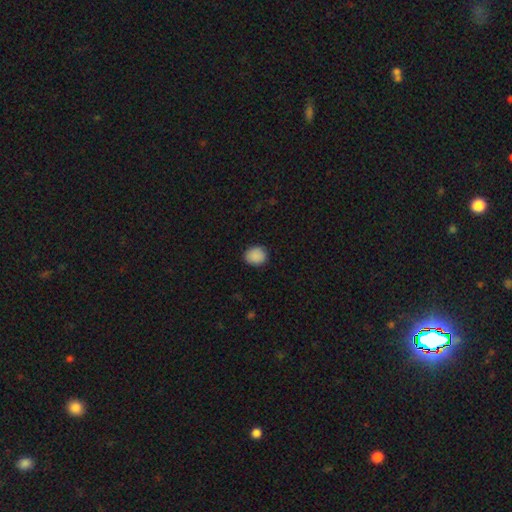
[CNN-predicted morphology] Smooth or featured? smooth (89%)
How rounded? round (71%)
Merging? none (88%)